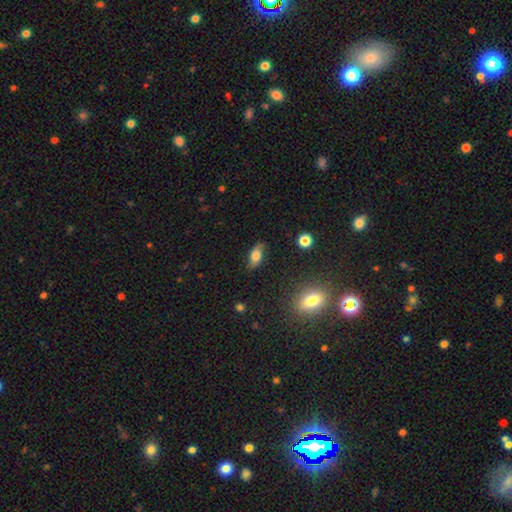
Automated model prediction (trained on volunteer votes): Smooth or featured? smooth (65%)
How rounded? in between (80%)
Merging? none (77%)